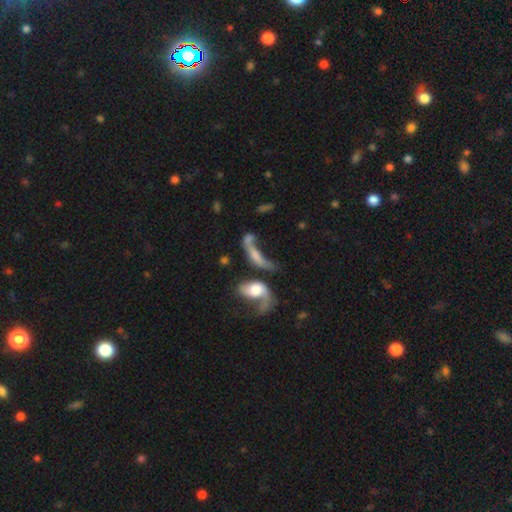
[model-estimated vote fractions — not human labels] Smooth or featured? featured or disk (49%)
Merging? merger (49%)